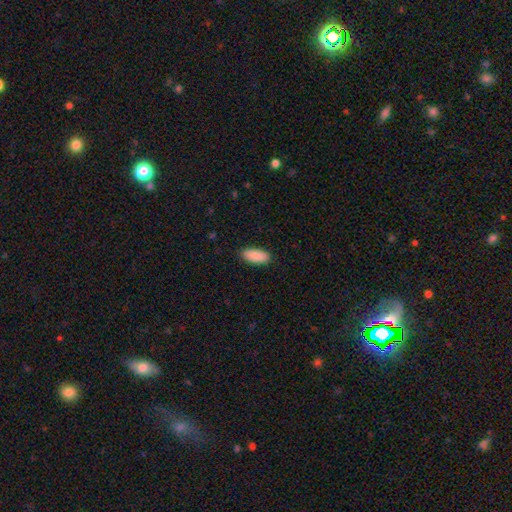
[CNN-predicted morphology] The model was most divided on "how rounded": in between: 86%, cigar-shaped: 13%, round: 2%. More confident: smooth or featured — smooth (91%); merging — none (88%).